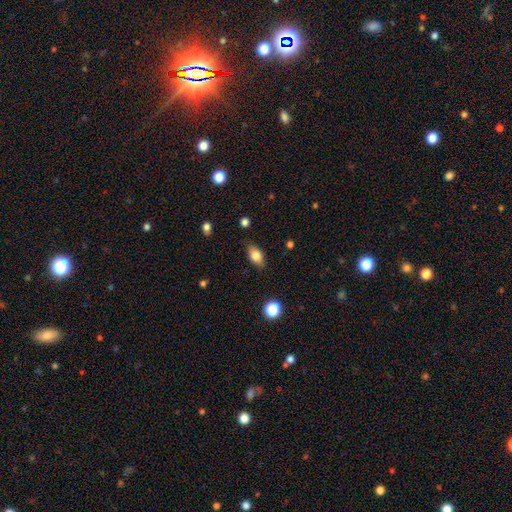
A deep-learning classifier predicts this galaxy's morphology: A smooth galaxy with no disk features (80%) that is in between round and cigar-shaped (85%).

Vote fractions:
- Smooth or featured? smooth: 80% / featured or disk: 11% / star or artifact: 9%
- How rounded? in between: 85% / round: 11% / cigar-shaped: 4%
- Merging? none: 82% / minor disturbance: 13% / major disturbance: 3% / merger: 1%